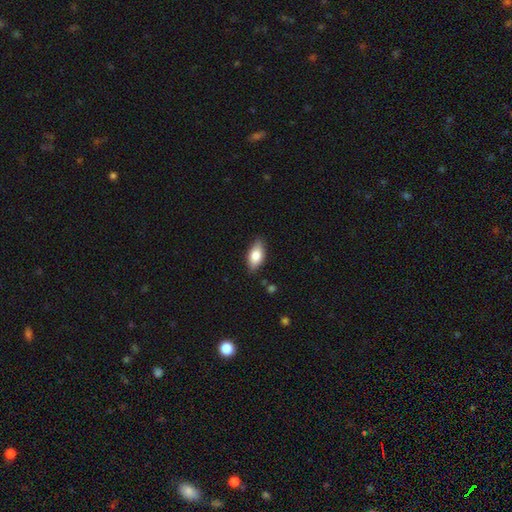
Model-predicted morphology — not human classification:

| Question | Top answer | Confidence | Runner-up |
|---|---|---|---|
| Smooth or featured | smooth | 76% | featured or disk (17%) |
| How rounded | in between | 88% | cigar-shaped (9%) |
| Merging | none | 84% | minor disturbance (13%) |